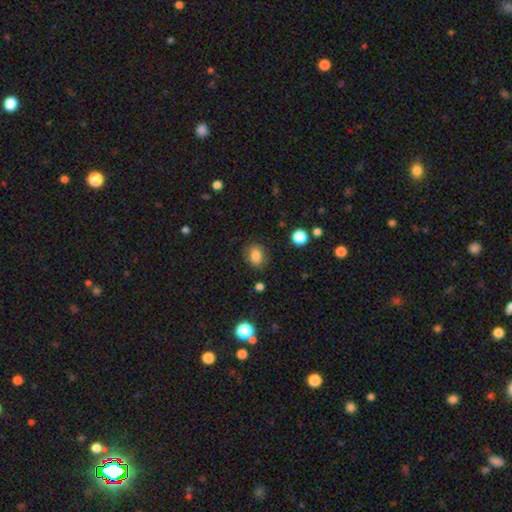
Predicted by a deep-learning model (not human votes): smooth_or_featured: smooth (p=0.82) [alt: star or artifact p=0.10]
how_rounded: in between (p=0.55) [alt: round p=0.44]
merging: none (p=0.82) [alt: minor disturbance p=0.13]